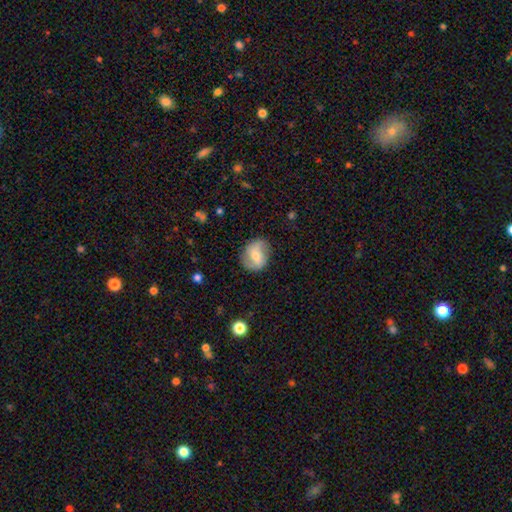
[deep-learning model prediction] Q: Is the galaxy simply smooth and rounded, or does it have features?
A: featured or disk — 54%.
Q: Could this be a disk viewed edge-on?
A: no — 96%.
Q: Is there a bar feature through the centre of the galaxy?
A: weak — 43%.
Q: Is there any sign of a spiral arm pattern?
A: yes — 81%.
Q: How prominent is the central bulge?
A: moderate — 57%.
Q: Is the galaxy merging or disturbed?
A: none — 77%.